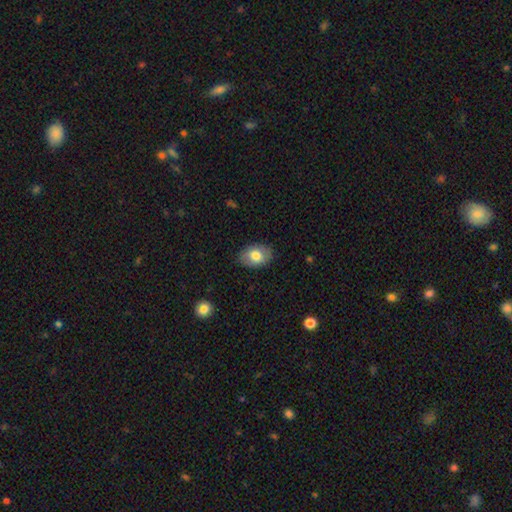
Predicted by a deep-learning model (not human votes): The model was most divided on "smooth or featured": smooth: 78%, featured or disk: 15%, star or artifact: 7%. More confident: merging — none (84%); how rounded — in between (84%).